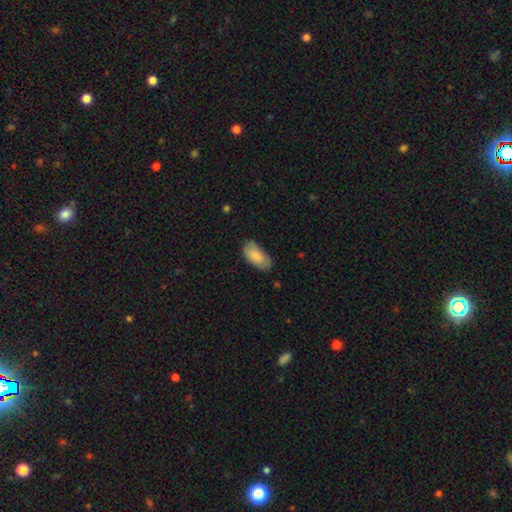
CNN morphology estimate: Smooth or featured: smooth — 84% (featured or disk — 11%)
How rounded: in between — 93% (cigar-shaped — 5%)
Merging: none — 73% (minor disturbance — 22%)